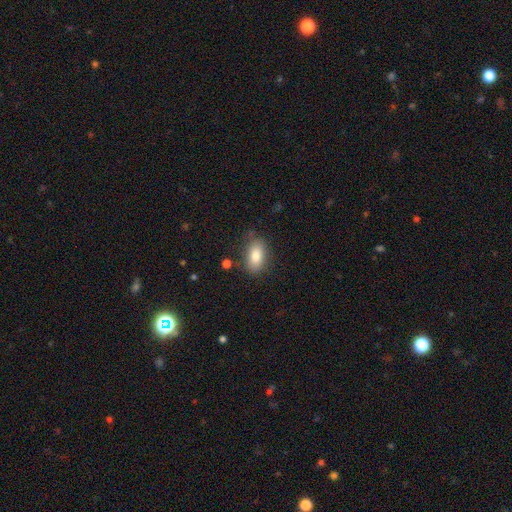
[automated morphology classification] smooth-or-featured: smooth: 83% | featured or disk: 10% | star or artifact: 8%
  how-rounded: in between: 90% | round: 6% | cigar-shaped: 3%
  merging: none: 79% | minor disturbance: 14% | major disturbance: 4% | merger: 3%